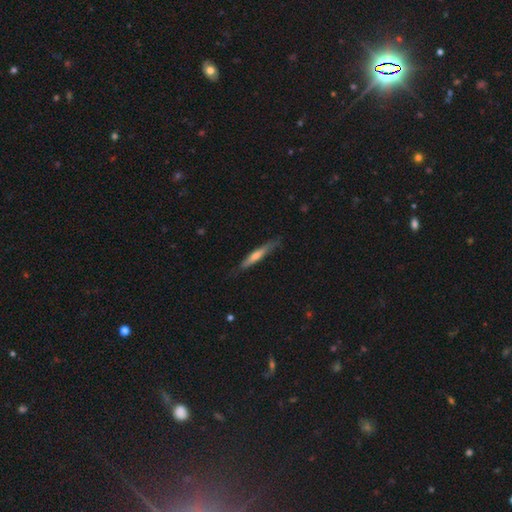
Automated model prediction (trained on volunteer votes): smooth-or-featured: featured or disk: 54% | smooth: 40% | star or artifact: 6%
  disk-edge-on: yes: 92% | no: 8%
  merging: none: 80% | minor disturbance: 16% | major disturbance: 3% | merger: 1%